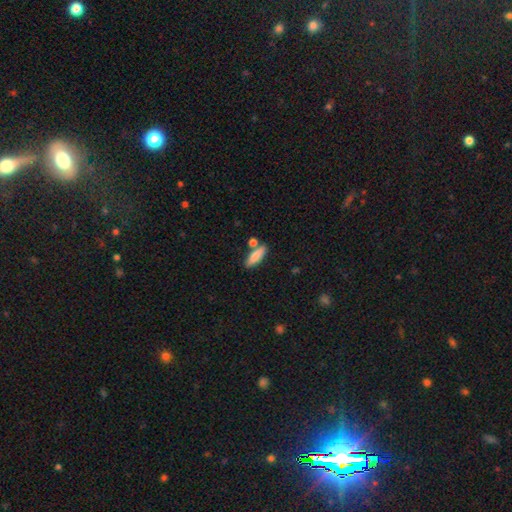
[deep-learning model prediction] This is clearly a smooth galaxy (81%). How rounded: possibly cigar-shaped (56%). Merging: likely none (69%).